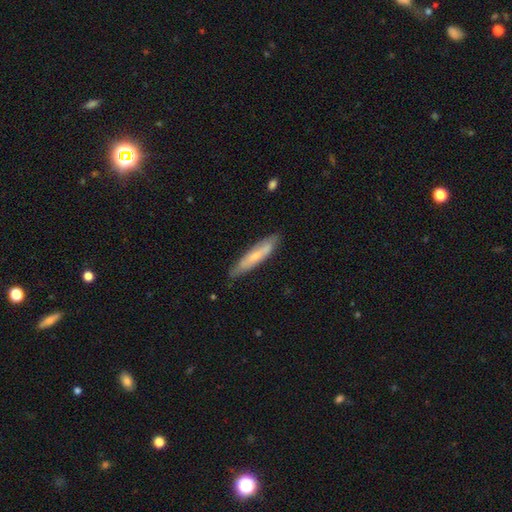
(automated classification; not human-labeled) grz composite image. It shows a smooth galaxy with no disk features (55%) that is cigar-shaped (84%). Merging: none (78%).